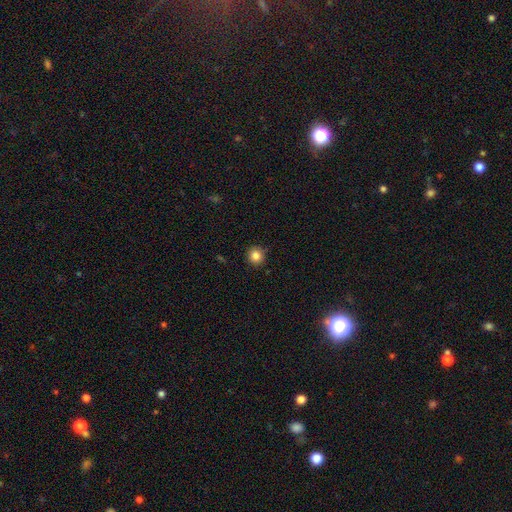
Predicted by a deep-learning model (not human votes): Smooth or featured?
  - smooth: 84% *
  - star or artifact: 11%
  - featured or disk: 5%
How rounded?
  - round: 93% *
  - in between: 6%
  - cigar-shaped: 1%
Merging?
  - none: 89% *
  - minor disturbance: 8%
  - major disturbance: 2%
  - merger: 1%